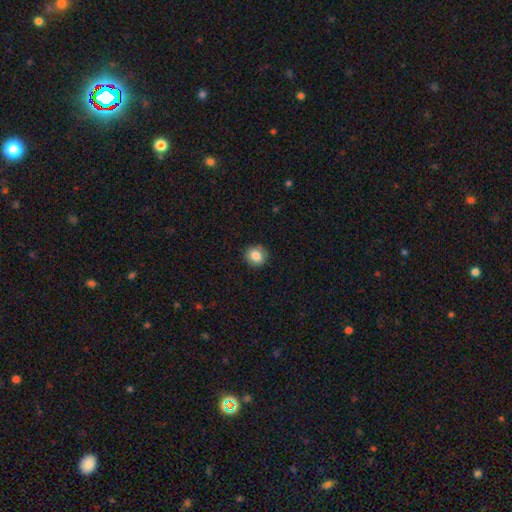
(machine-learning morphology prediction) The model was most divided on "how rounded": round: 87%, in between: 12%, cigar-shaped: 1%. More confident: merging — none (90%); smooth or featured — smooth (84%).